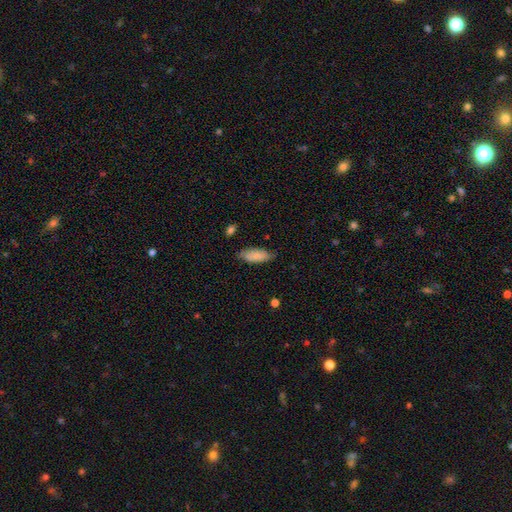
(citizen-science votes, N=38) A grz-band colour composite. It shows a smooth galaxy with no disk features (79%) that is in between round and cigar-shaped (70%). Merging: none (92%).